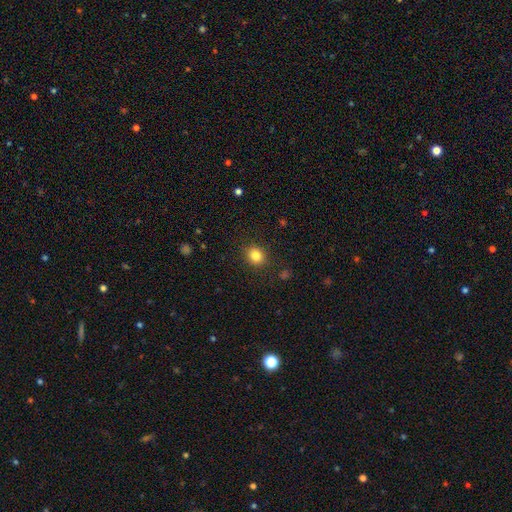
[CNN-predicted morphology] smooth_or_featured: smooth (p=0.82) [alt: star or artifact p=0.12]
how_rounded: round (p=0.70) [alt: in between p=0.29]
merging: none (p=0.88) [alt: minor disturbance p=0.09]